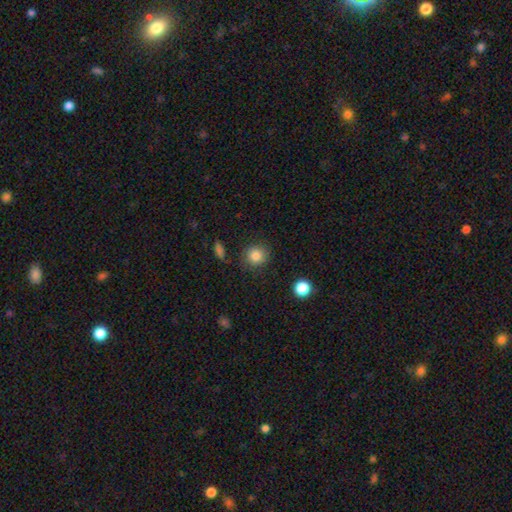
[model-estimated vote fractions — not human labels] Smooth or featured? Predicted: smooth (p=0.85). How rounded? Predicted: round (p=0.89). Merging? Predicted: none (p=0.85).